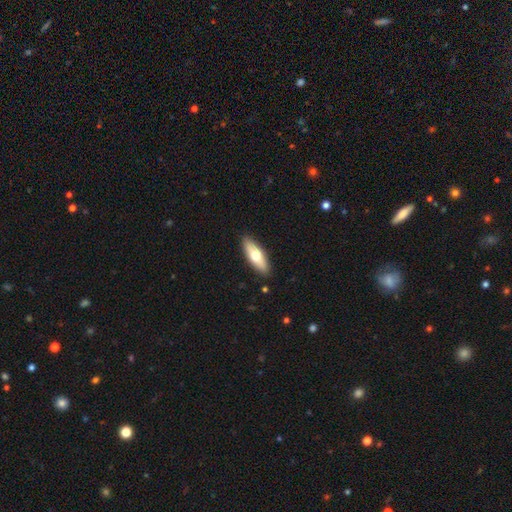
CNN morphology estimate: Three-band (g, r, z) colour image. It shows a smooth galaxy with no disk features (61%) that is in between round and cigar-shaped (60%). Merging: none (90%).